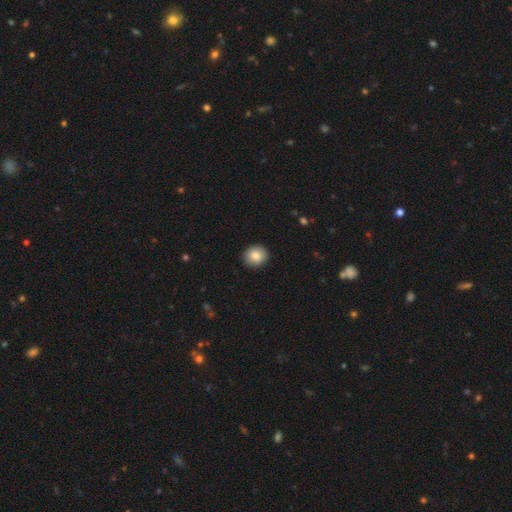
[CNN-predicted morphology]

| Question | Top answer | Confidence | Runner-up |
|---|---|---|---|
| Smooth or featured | smooth | 84% | star or artifact (8%) |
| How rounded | round | 82% | in between (17%) |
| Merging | none | 90% | minor disturbance (7%) |